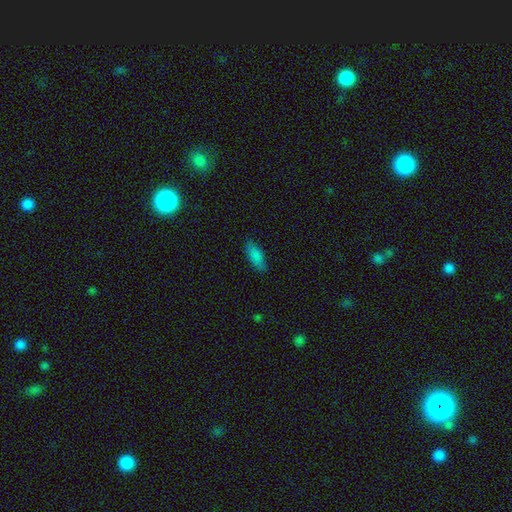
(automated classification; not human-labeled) Q: Smooth or featured?
A: smooth (84%); runner-up: star or artifact (8%)
Q: How rounded?
A: in between (77%); runner-up: cigar-shaped (21%)
Q: Merging?
A: none (83%); runner-up: minor disturbance (13%)